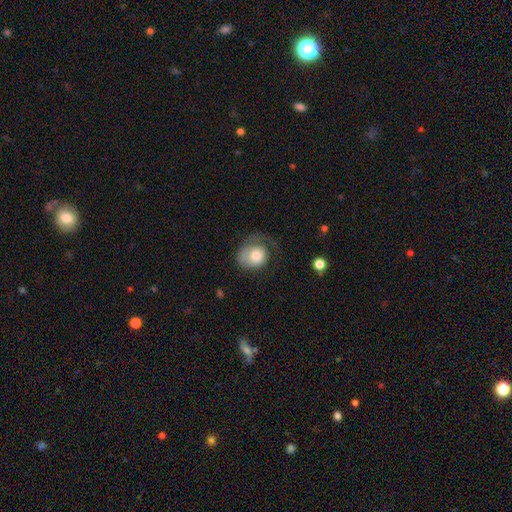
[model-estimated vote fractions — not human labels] smooth_or_featured: smooth (p=0.64) [alt: featured or disk p=0.29]
how_rounded: round (p=0.64) [alt: in between p=0.35]
merging: major disturbance (p=0.39) [alt: none p=0.34]